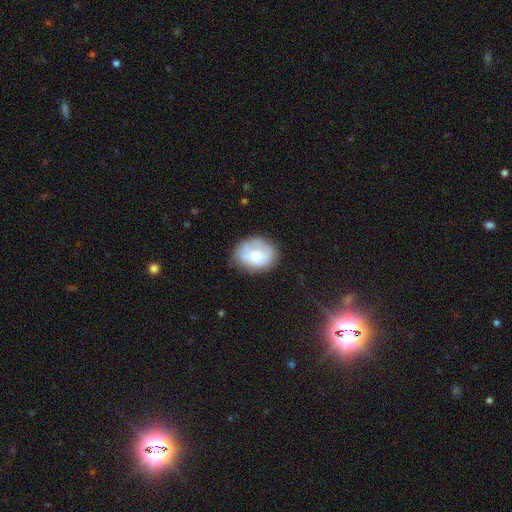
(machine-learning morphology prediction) This is likely a smooth galaxy (68%). How rounded: possibly in between (52%). Merging: likely none (64%).